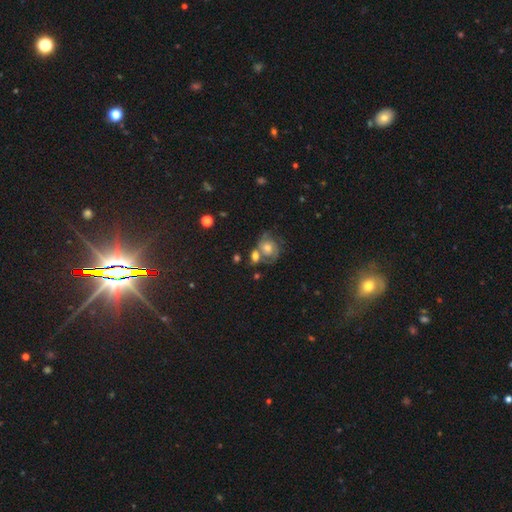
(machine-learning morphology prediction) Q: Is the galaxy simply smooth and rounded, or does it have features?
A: featured or disk — 47%.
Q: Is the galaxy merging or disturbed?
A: none — 41%.